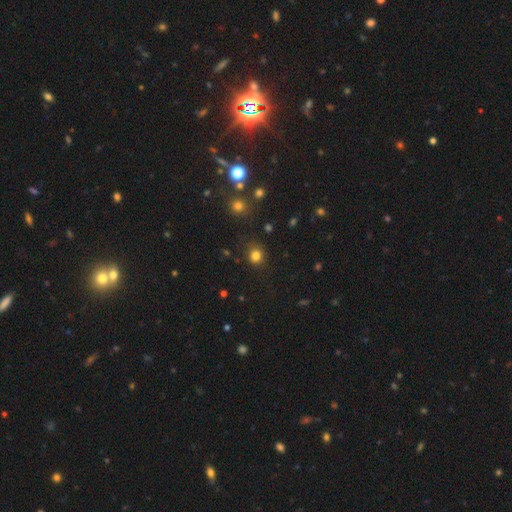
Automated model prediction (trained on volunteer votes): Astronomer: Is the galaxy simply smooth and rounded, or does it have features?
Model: smooth — 80%.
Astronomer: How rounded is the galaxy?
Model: round — 86%.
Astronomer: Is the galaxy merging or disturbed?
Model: none — 86%.